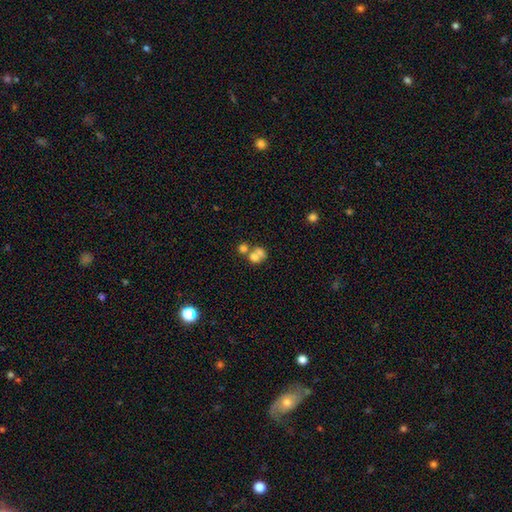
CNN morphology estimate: This is likely a smooth galaxy (64%). How rounded: likely round (68%). Merging: likely merger (62%).